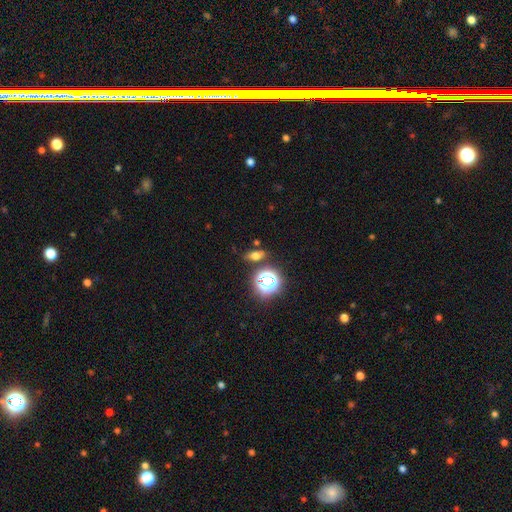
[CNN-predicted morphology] The model was most divided on "smooth or featured": smooth: 56%, star or artifact: 27%, featured or disk: 17%. More confident: merging — none (77%); how rounded — in between (64%).